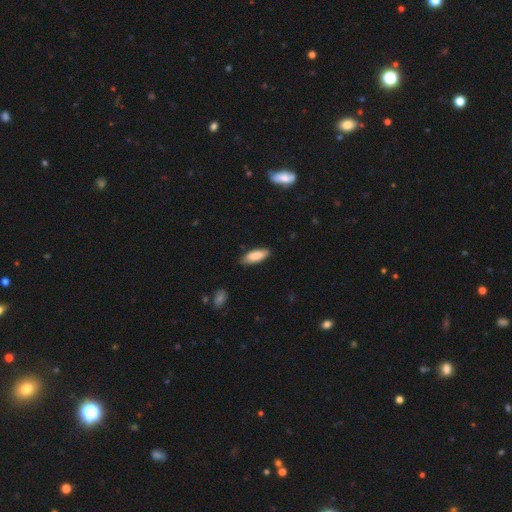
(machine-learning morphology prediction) Q: Smooth or featured?
A: smooth (86%); runner-up: featured or disk (8%)
Q: How rounded?
A: in between (72%); runner-up: cigar-shaped (27%)
Q: Merging?
A: none (82%); runner-up: minor disturbance (14%)